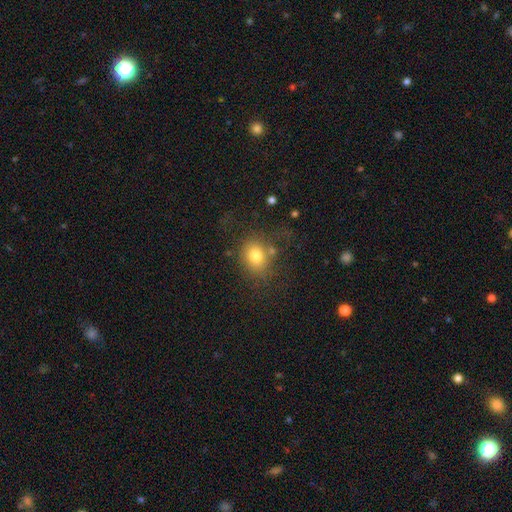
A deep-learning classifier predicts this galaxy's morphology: The model was most divided on "how rounded": round: 53%, in between: 46%, cigar-shaped: 1%. More confident: smooth or featured — smooth (77%); merging — none (64%).